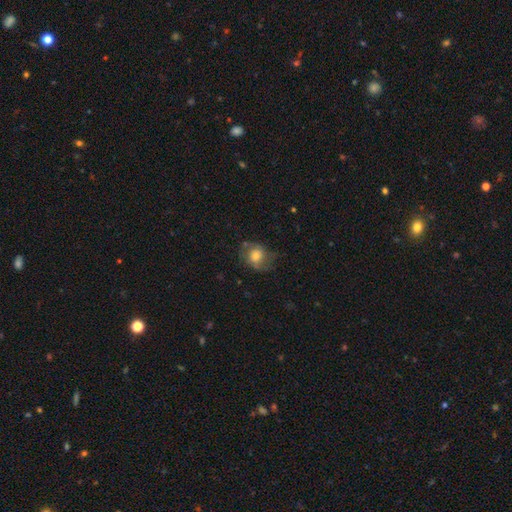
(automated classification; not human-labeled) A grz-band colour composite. It shows a smooth galaxy with no disk features (54%) that is round (62%). Merging: none (54%).